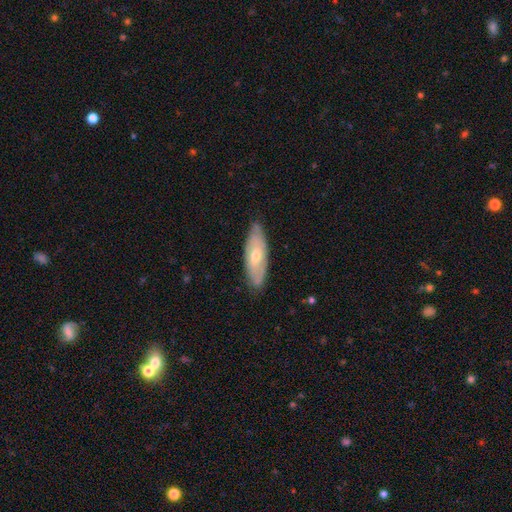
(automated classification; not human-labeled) This appears to be a featured or disk galaxy (50%). Merging: none (78%).